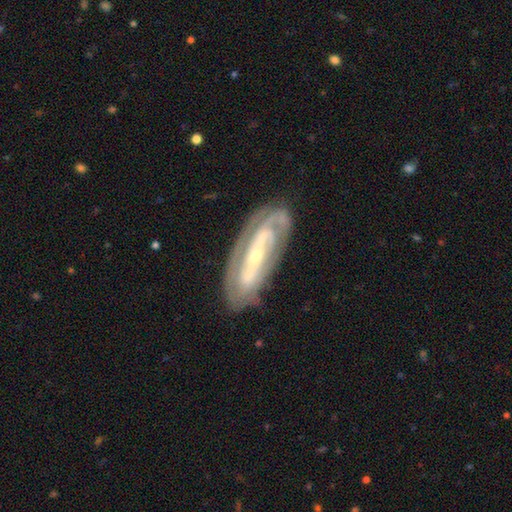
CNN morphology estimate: Q: Smooth or featured?
A: featured or disk (82%); runner-up: smooth (12%)
Q: Edge-on disk?
A: no (86%); runner-up: yes (14%)
Q: Bar?
A: strong (53%); runner-up: weak (24%)
Q: Spiral arms?
A: yes (84%); runner-up: no (16%)
Q: Spiral winding?
A: tight (63%); runner-up: medium (27%)
Q: Spiral arm count?
A: 2 (49%); runner-up: can't tell (32%)
Q: Bulge size?
A: small (65%); runner-up: moderate (29%)
Q: Merging?
A: none (76%); runner-up: minor disturbance (16%)